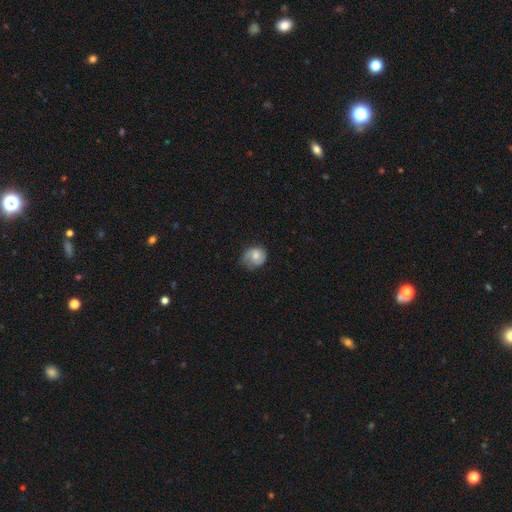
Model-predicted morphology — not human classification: type=smooth (57%); roundness=round (69%); merging=none (61%).